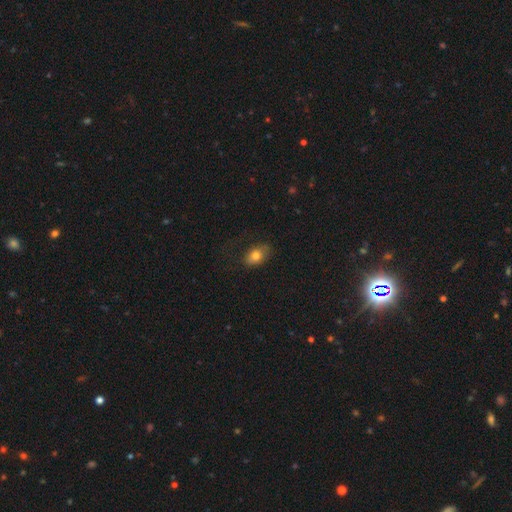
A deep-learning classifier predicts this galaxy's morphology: Q: Smooth or featured?
A: smooth (78%); runner-up: featured or disk (13%)
Q: How rounded?
A: in between (82%); runner-up: round (17%)
Q: Merging?
A: none (68%); runner-up: minor disturbance (22%)